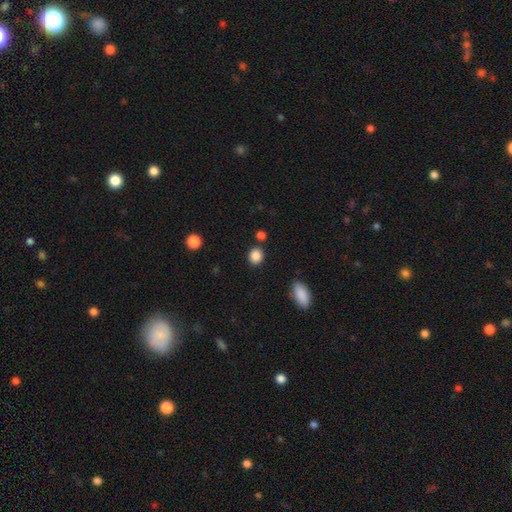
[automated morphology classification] smooth 87%, star or artifact 10%, featured or disk 4%. Down the decision tree: how rounded — round (77%); merging — none (83%).